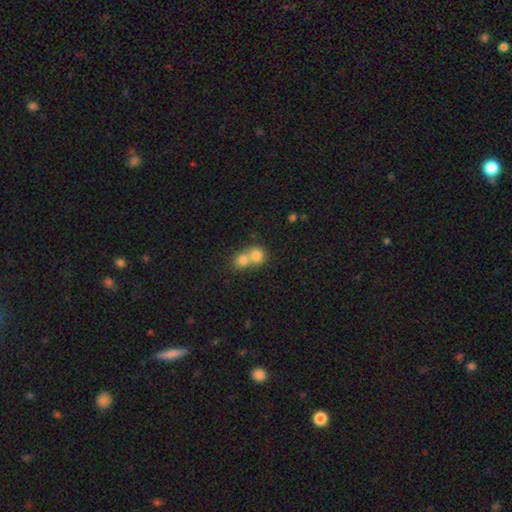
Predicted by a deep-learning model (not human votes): Smooth or featured?
  - smooth: 77% *
  - featured or disk: 13%
  - star or artifact: 10%
How rounded?
  - round: 82% *
  - in between: 17%
  - cigar-shaped: 1%
Merging?
  - merger: 65% *
  - none: 29%
  - minor disturbance: 4%
  - major disturbance: 2%